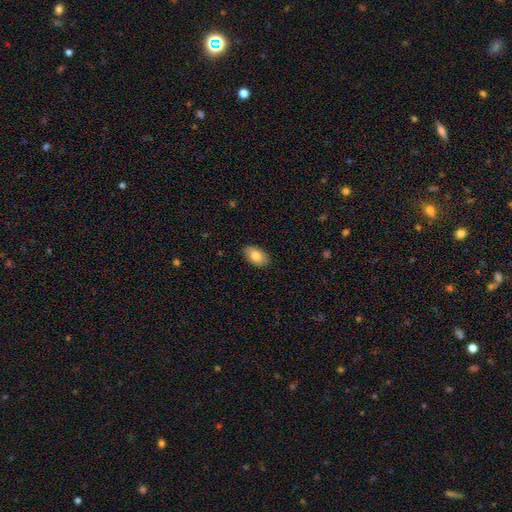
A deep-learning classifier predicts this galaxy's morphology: Smooth or featured: smooth — 82% (featured or disk — 12%)
How rounded: in between — 93% (round — 6%)
Merging: none — 87% (minor disturbance — 10%)